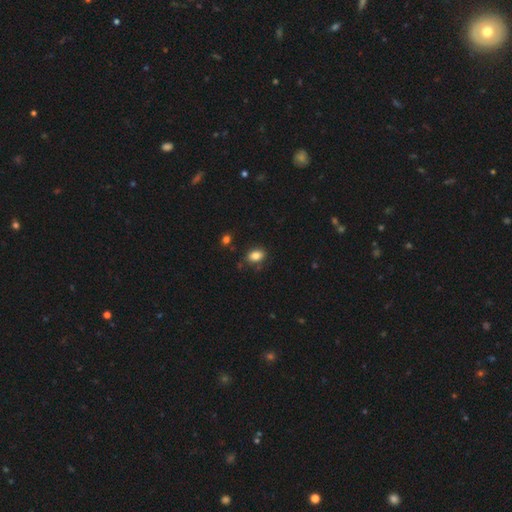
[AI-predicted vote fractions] Smooth or featured: smooth — 84% (star or artifact — 9%)
How rounded: in between — 83% (round — 15%)
Merging: none — 81% (minor disturbance — 14%)